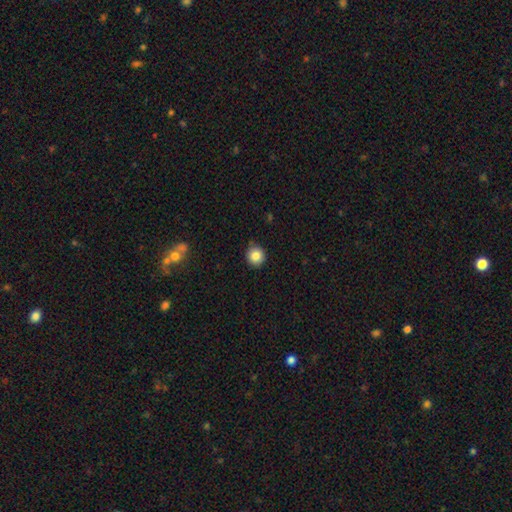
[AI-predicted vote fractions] A smooth galaxy with no disk features (84%) that is round (91%). Merging: none (85%).